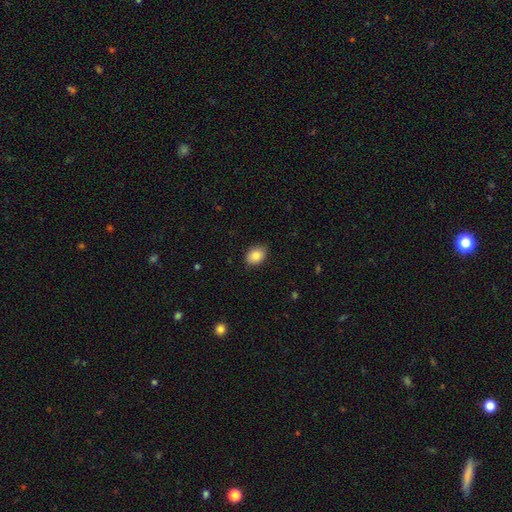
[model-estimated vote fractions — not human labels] A smooth galaxy with no disk features (85%) that is in between round and cigar-shaped (74%).

Vote fractions:
- Smooth or featured? smooth: 85% / star or artifact: 8% / featured or disk: 7%
- How rounded? in between: 74% / round: 25% / cigar-shaped: 1%
- Merging? none: 87% / minor disturbance: 10% / major disturbance: 2% / merger: 1%